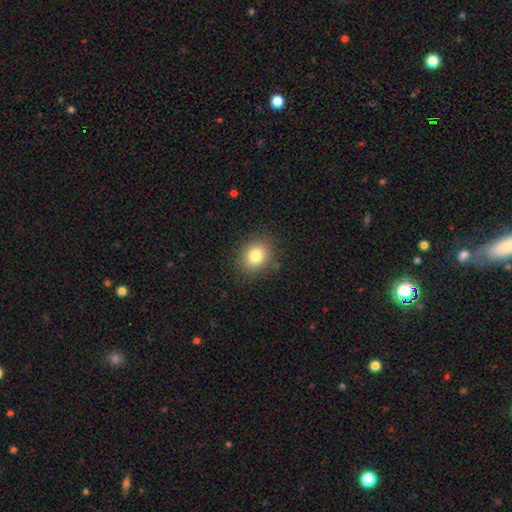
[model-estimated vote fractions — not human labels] A smooth galaxy with no disk features (81%) that is round (61%).

Vote fractions:
- Smooth or featured? smooth: 81% / star or artifact: 11% / featured or disk: 8%
- How rounded? round: 61% / in between: 38% / cigar-shaped: 1%
- Merging? none: 86% / minor disturbance: 9% / major disturbance: 3% / merger: 1%